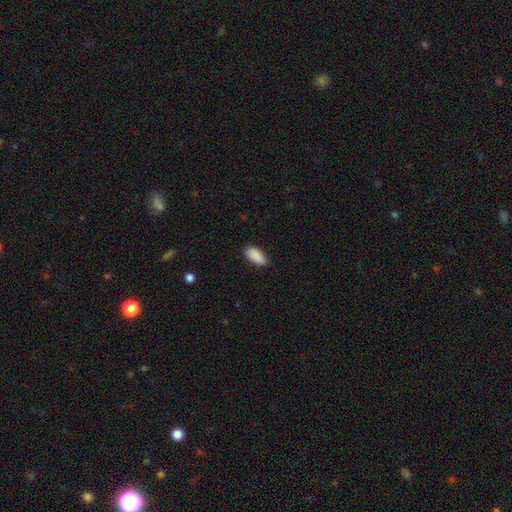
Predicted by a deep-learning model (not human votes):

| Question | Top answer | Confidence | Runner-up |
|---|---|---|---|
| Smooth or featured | smooth | 90% | star or artifact (6%) |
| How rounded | in between | 90% | cigar-shaped (8%) |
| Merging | none | 86% | minor disturbance (11%) |